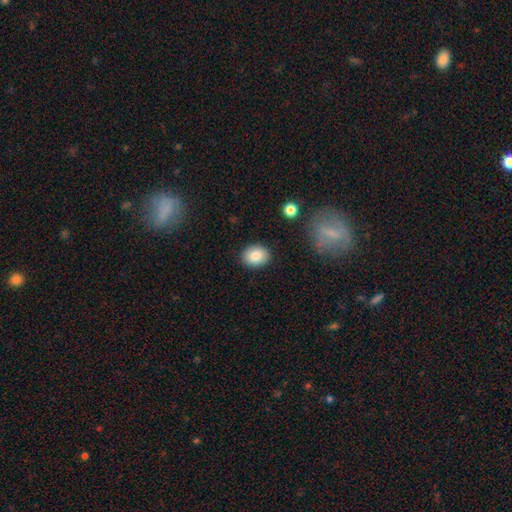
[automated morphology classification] This is clearly a smooth galaxy (85%). How rounded: possibly in between (53%). Merging: clearly none (88%).